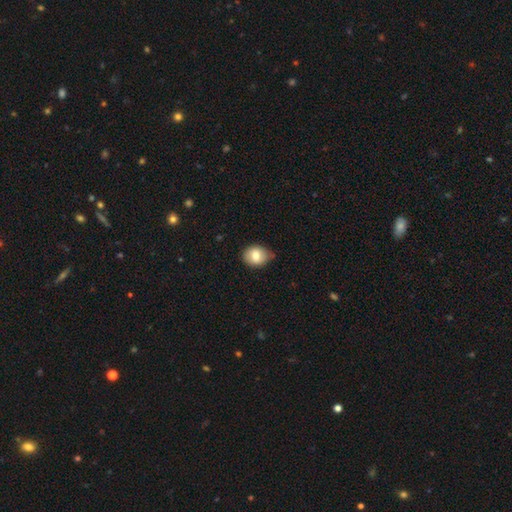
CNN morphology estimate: Smooth or featured: smooth — 78% (featured or disk — 13%)
How rounded: round — 57% (in between — 42%)
Merging: none — 70% (minor disturbance — 24%)